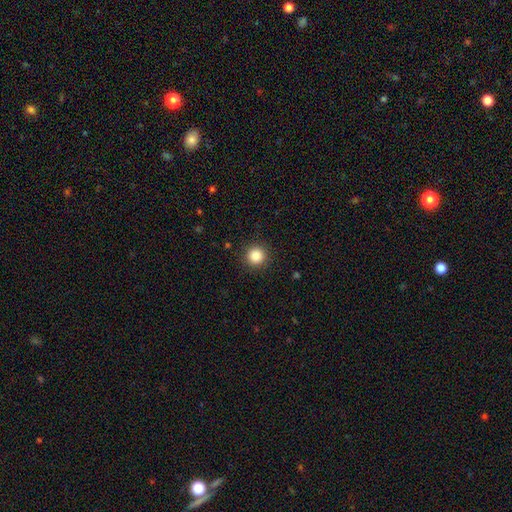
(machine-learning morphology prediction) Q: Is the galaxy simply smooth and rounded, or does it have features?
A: smooth — 86%.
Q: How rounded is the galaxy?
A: round — 95%.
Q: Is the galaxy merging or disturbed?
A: none — 91%.